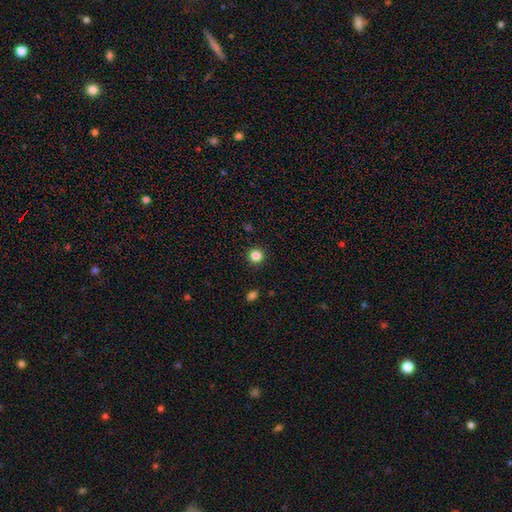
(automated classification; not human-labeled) This is clearly a smooth galaxy (85%). How rounded: clearly round (95%). Merging: clearly none (92%).